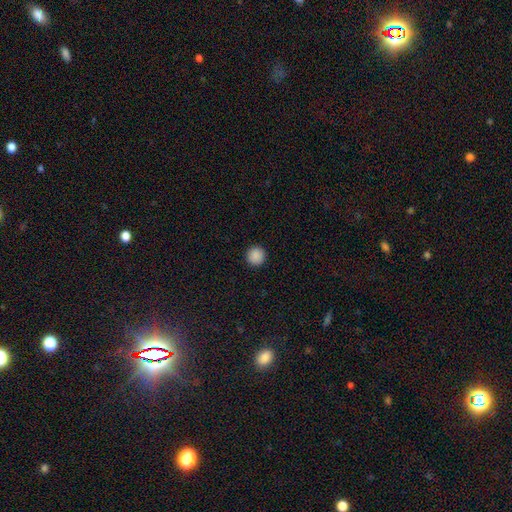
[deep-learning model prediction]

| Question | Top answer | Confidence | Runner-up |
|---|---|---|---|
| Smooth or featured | smooth | 89% | star or artifact (9%) |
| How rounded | round | 96% | in between (3%) |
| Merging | none | 93% | minor disturbance (4%) |